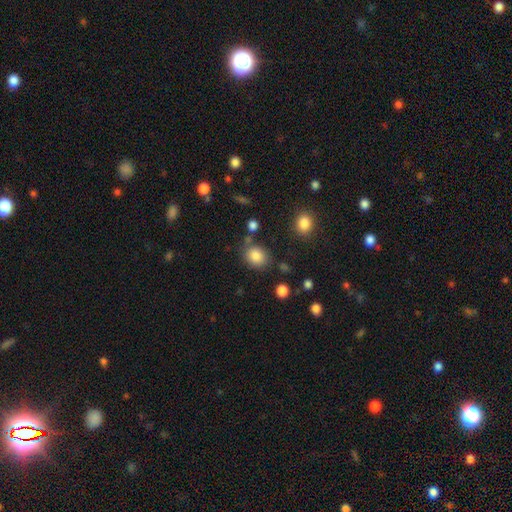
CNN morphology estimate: A smooth galaxy with no disk features (85%) that is round (64%). Merging: none (74%).